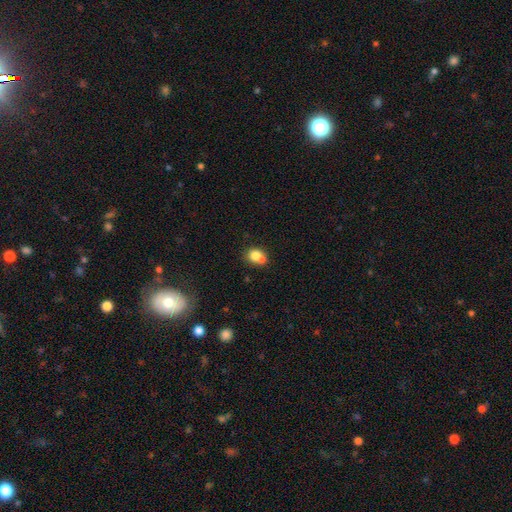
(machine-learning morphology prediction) smooth_or_featured: smooth (p=0.76) [alt: featured or disk p=0.14]
how_rounded: round (p=0.68) [alt: in between p=0.31]
merging: merger (p=0.48) [alt: none p=0.39]